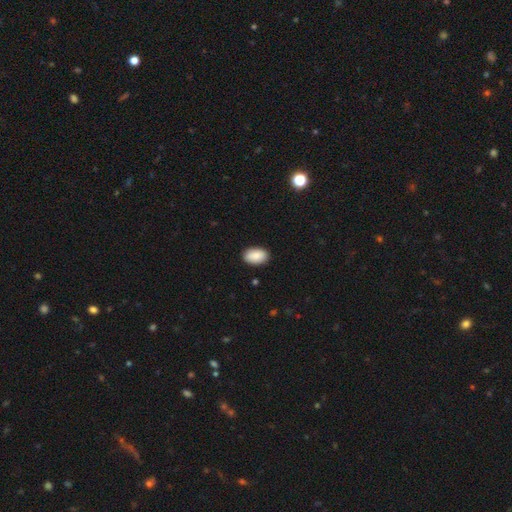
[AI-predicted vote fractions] This appears to be a smooth galaxy with no disk features (88%) that is in between round and cigar-shaped (92%). Merging: none (89%).